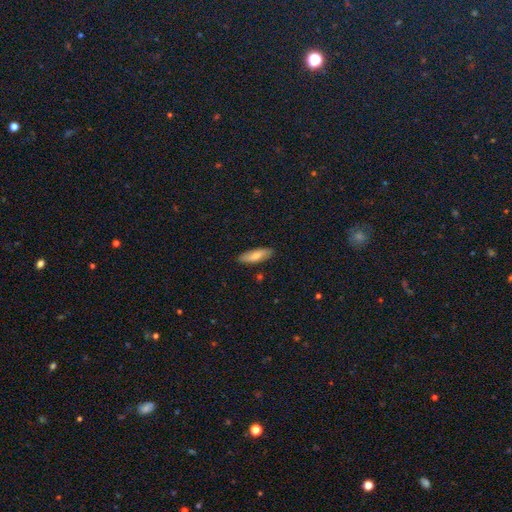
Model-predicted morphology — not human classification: A smooth galaxy with no disk features (71%) that is in between round and cigar-shaped (51%).

Vote fractions:
- Smooth or featured? smooth: 71% / featured or disk: 23% / star or artifact: 6%
- How rounded? in between: 51% / cigar-shaped: 47% / round: 2%
- Merging? none: 87% / minor disturbance: 9% / major disturbance: 2% / merger: 1%